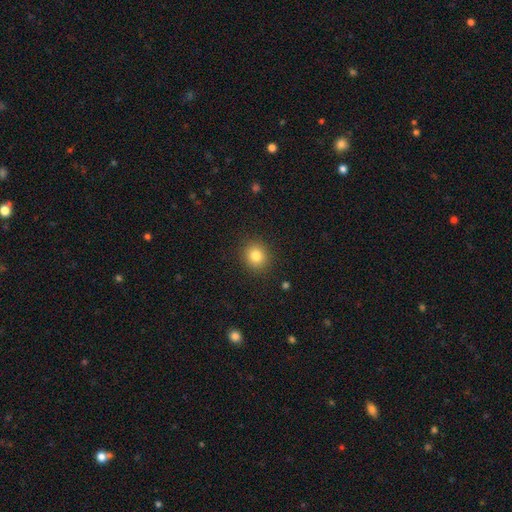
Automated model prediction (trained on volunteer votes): Morphology: type=smooth (81%); roundness=round (81%); merging=none (90%).